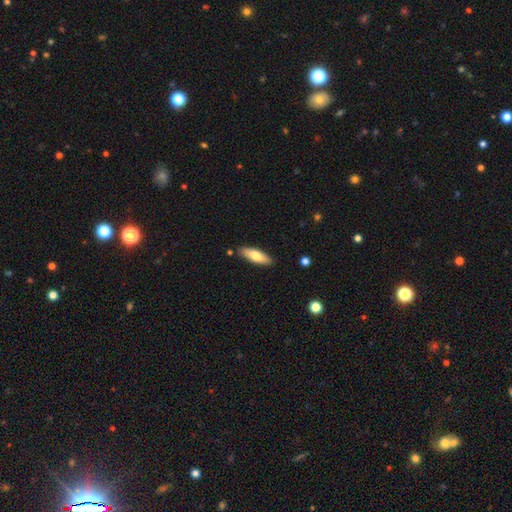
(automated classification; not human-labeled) A smooth galaxy with no disk features (72%) that is in between round and cigar-shaped (53%). Merging: none (85%).